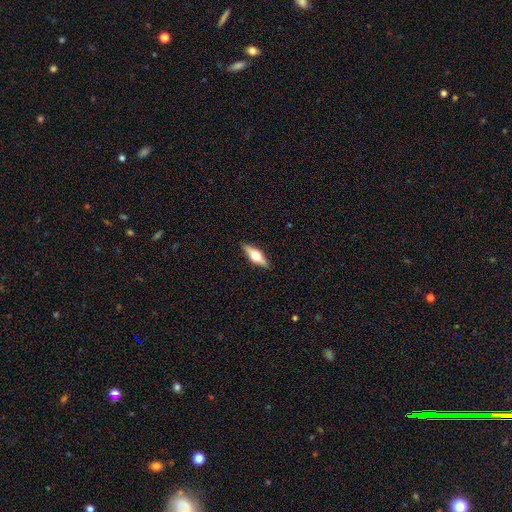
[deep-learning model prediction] The model was most divided on "smooth or featured": featured or disk: 58%, smooth: 36%, star or artifact: 6%. More confident: edge-on bulge — rounded (95%); edge-on disk — yes (94%); merging — none (90%).